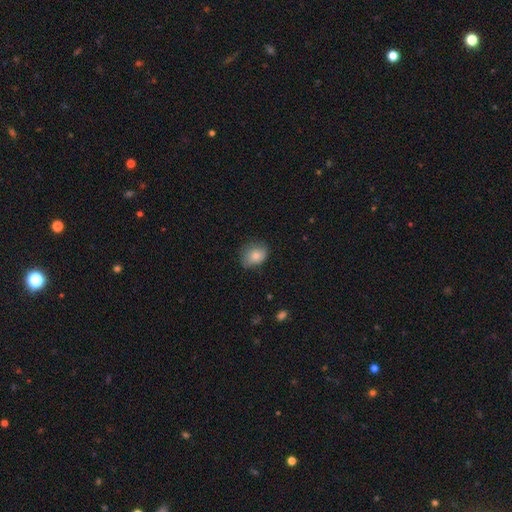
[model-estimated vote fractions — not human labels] Smooth or featured? smooth (78%)
How rounded? in between (58%)
Merging? none (65%)